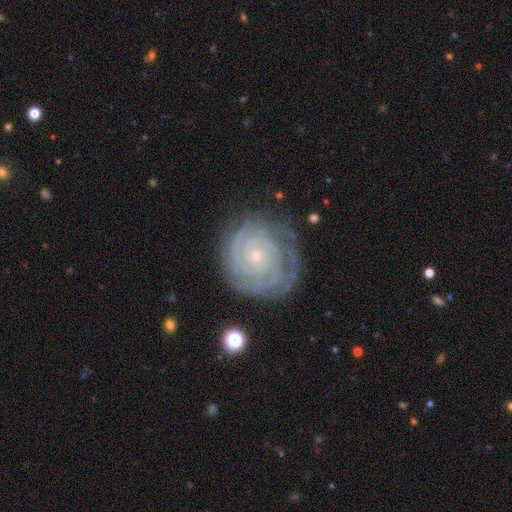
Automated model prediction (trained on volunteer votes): smooth_or_featured: featured or disk (p=0.88) [alt: star or artifact p=0.06]
disk_edge_on: no (p=0.98) [alt: yes p=0.02]
bar: no (p=0.80) [alt: weak p=0.15]
has_spiral_arms: yes (p=0.98) [alt: no p=0.02]
spiral_winding: tight (p=0.88) [alt: medium p=0.10]
spiral_arm_count: 2 (p=0.29) [alt: 3 p=0.22]
bulge_size: small (p=0.83) [alt: moderate p=0.14]
merging: none (p=0.76) [alt: minor disturbance p=0.17]